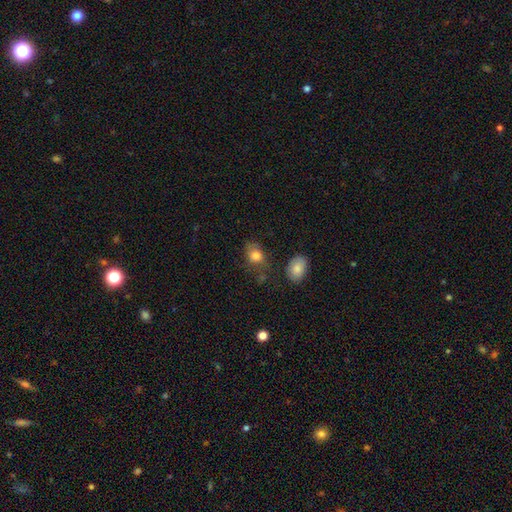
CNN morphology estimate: smooth 82%, featured or disk 9%, star or artifact 9%. Down the decision tree: how rounded — in between (65%); merging — none (61%).